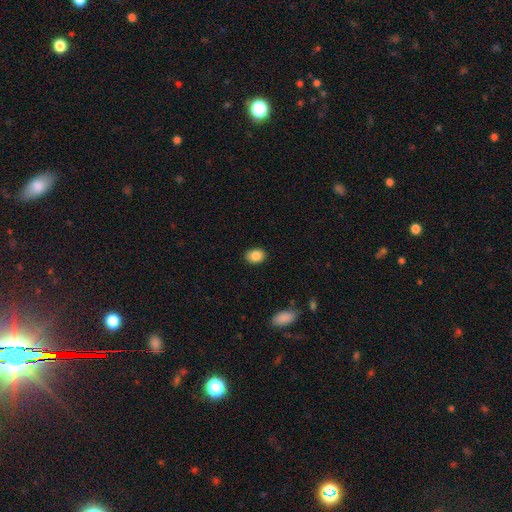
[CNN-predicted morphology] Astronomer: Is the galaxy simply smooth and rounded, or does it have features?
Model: smooth — 87%.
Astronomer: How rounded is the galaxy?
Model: in between — 62%.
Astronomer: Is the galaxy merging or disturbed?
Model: none — 88%.